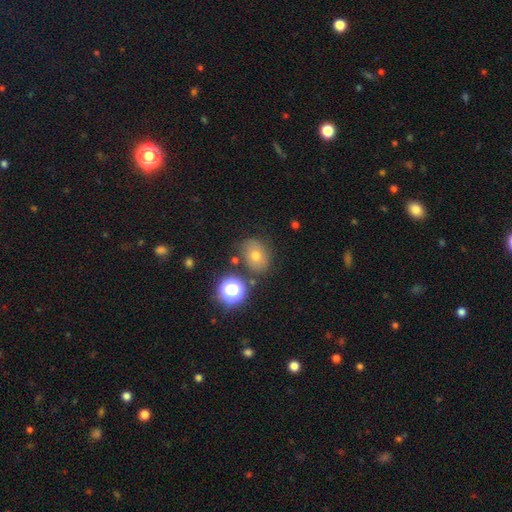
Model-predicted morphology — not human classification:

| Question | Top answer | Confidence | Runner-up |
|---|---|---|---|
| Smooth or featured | smooth | 57% | star or artifact (25%) |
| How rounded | round | 53% | in between (46%) |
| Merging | none | 75% | minor disturbance (14%) |